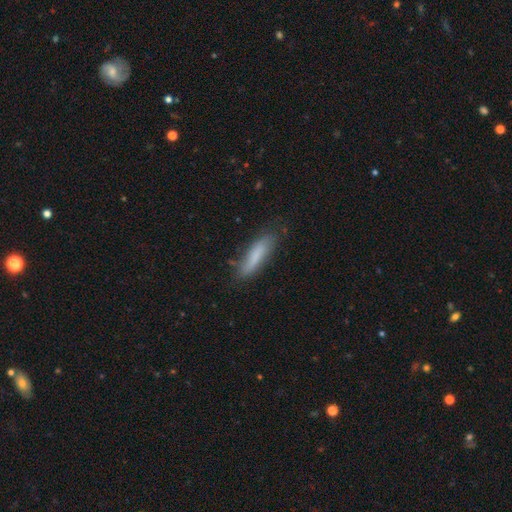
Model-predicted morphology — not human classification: Smooth or featured?
  - smooth: 76% *
  - featured or disk: 17%
  - star or artifact: 7%
How rounded?
  - cigar-shaped: 71% *
  - in between: 27%
  - round: 2%
Merging?
  - none: 71% *
  - minor disturbance: 22%
  - major disturbance: 5%
  - merger: 2%